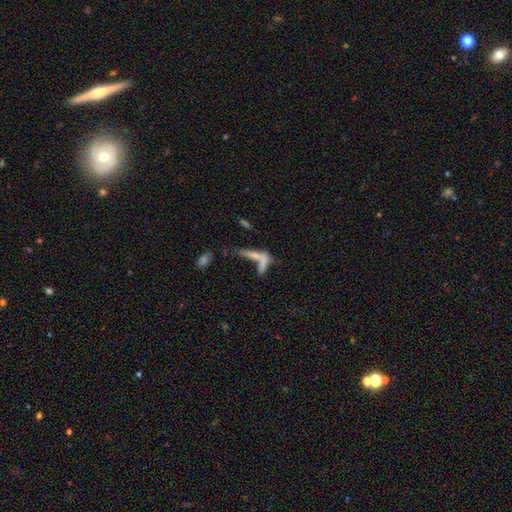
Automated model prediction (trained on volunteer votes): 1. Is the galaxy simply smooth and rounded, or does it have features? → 39% star or artifact, 31% featured or disk, 30% smooth.